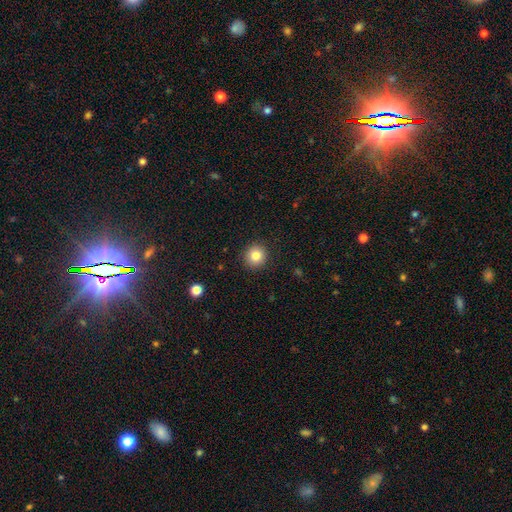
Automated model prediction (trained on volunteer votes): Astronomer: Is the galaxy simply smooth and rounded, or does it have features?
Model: smooth — 82%.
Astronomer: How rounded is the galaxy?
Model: round — 91%.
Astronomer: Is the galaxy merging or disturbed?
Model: none — 91%.